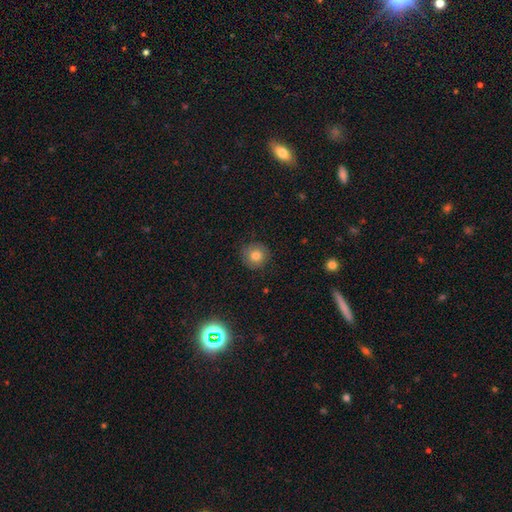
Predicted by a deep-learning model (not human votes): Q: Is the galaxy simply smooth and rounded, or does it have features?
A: smooth — 79%.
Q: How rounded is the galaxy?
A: round — 91%.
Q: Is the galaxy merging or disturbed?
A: none — 87%.